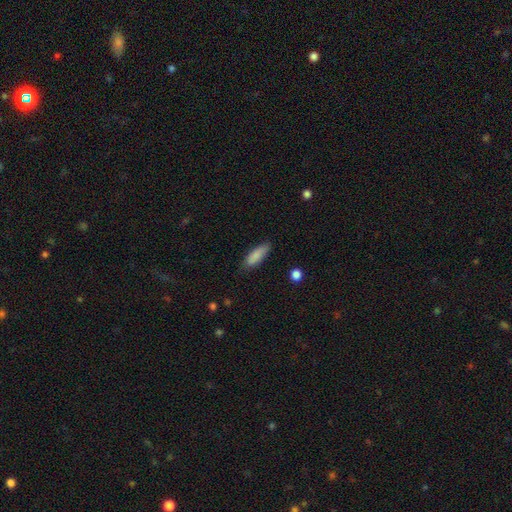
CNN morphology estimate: type=smooth (86%); roundness=in between (60%); merging=none (79%).